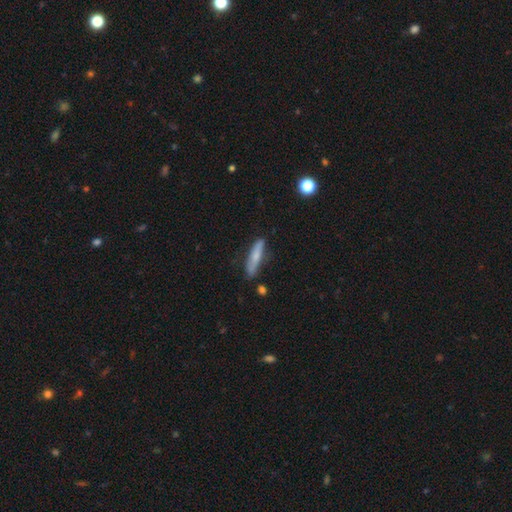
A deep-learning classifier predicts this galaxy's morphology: Smooth or featured? Predicted: smooth (p=0.69). How rounded? Predicted: cigar-shaped (p=0.85). Merging? Predicted: none (p=0.77).